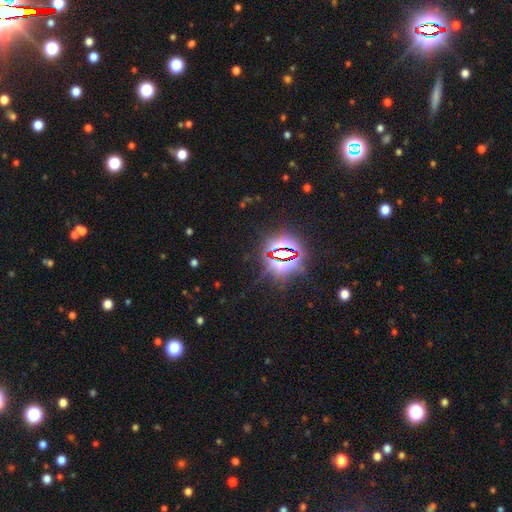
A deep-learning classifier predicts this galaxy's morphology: This is clearly a star or artifact rather than a galaxy (84%).